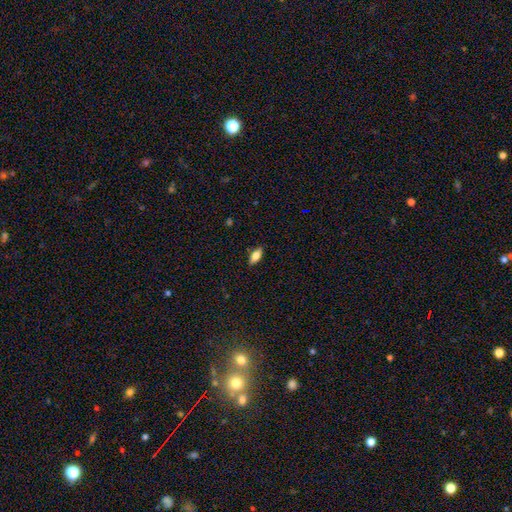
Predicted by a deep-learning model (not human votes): This is likely a smooth galaxy (74%). How rounded: clearly in between (82%). Merging: clearly none (87%).